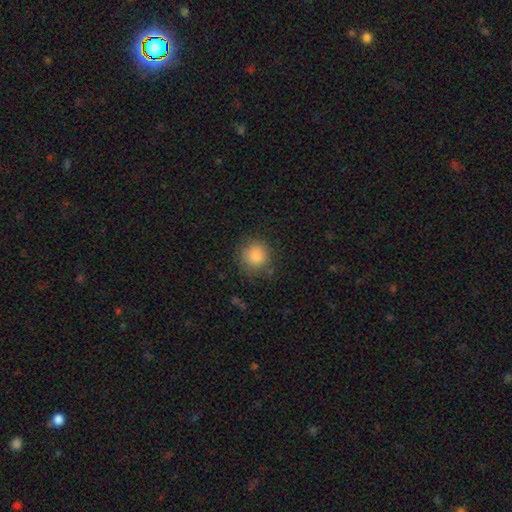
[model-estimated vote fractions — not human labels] Smooth or featured? Predicted: smooth (p=0.85). How rounded? Predicted: round (p=0.90). Merging? Predicted: none (p=0.80).